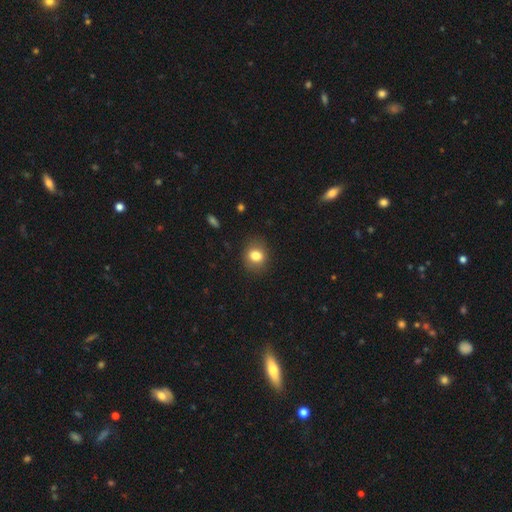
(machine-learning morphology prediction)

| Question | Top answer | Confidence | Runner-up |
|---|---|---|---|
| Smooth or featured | smooth | 81% | star or artifact (10%) |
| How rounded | round | 63% | in between (36%) |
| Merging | none | 83% | minor disturbance (12%) |